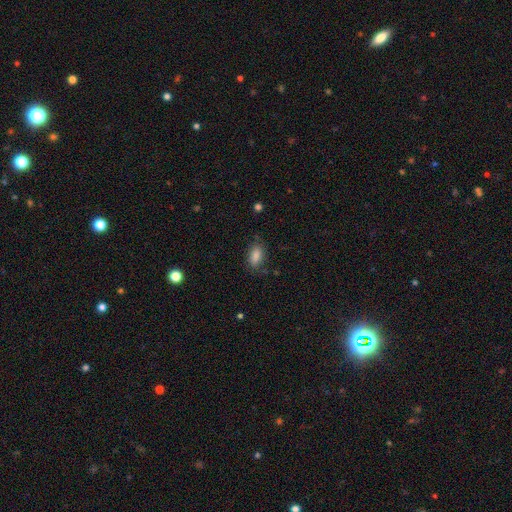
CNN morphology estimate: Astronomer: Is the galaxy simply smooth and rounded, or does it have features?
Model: smooth — 87%.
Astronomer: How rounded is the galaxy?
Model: in between — 90%.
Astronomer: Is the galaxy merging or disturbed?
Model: none — 81%.